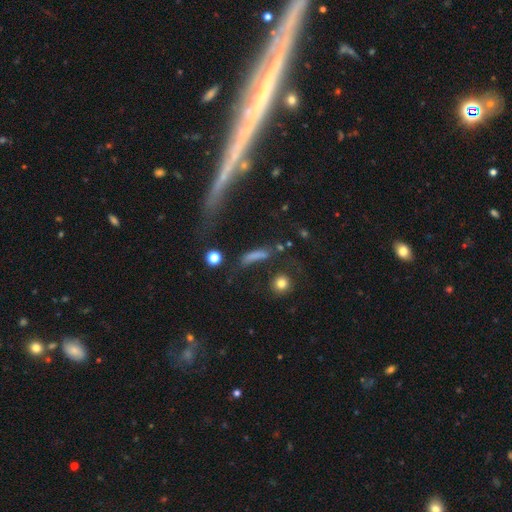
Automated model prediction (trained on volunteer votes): Morphology: type=smooth (65%); roundness=cigar-shaped (66%); merging=none (54%).